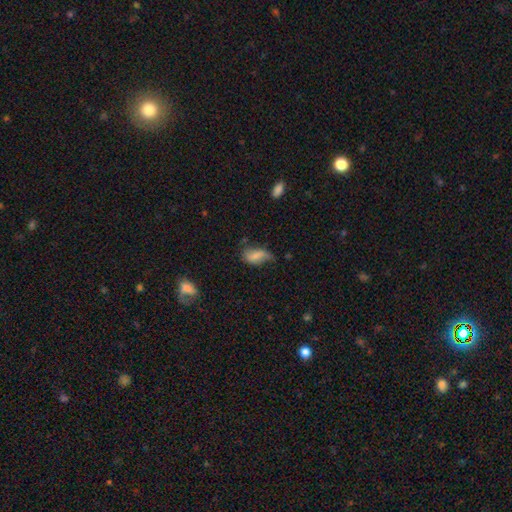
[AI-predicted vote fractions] smooth_or_featured: smooth (p=0.66) [alt: featured or disk p=0.25]
how_rounded: in between (p=0.89) [alt: cigar-shaped p=0.06]
merging: minor disturbance (p=0.40) [alt: none p=0.33]